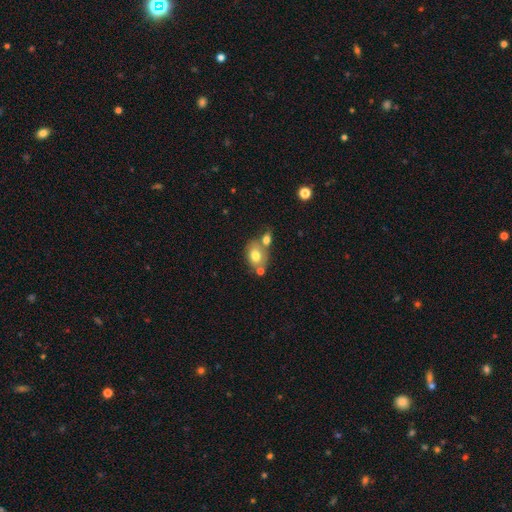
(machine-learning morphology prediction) Overall: smooth (74%). How rounded: in between (67%; round 32%). Merging: none (47%; merger 35%).